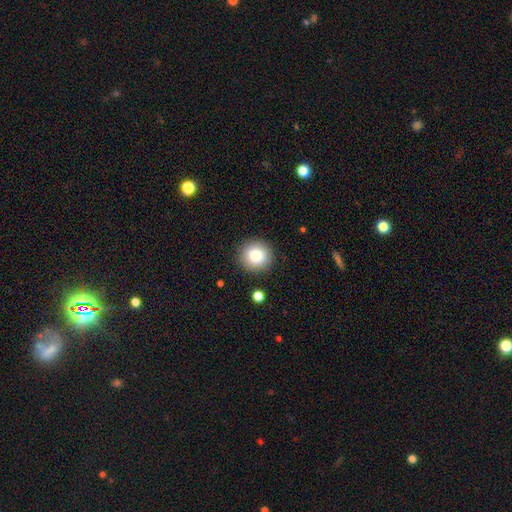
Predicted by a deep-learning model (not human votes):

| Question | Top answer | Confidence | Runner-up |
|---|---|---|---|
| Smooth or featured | smooth | 83% | star or artifact (9%) |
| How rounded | round | 93% | in between (6%) |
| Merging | none | 90% | minor disturbance (7%) |